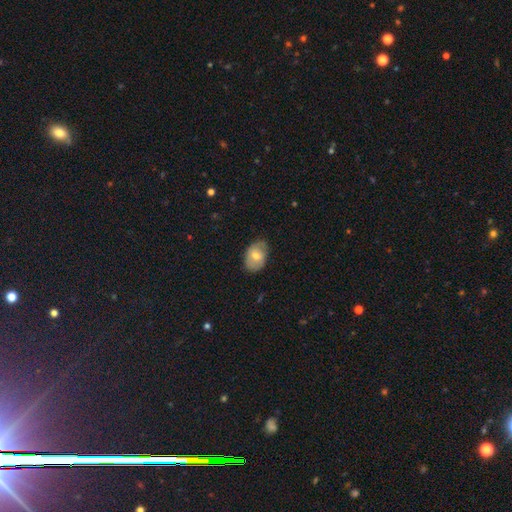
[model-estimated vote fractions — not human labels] A smooth galaxy with no disk features (69%) that is in between round and cigar-shaped (83%).

Vote fractions:
- Smooth or featured? smooth: 69% / featured or disk: 24% / star or artifact: 7%
- How rounded? in between: 83% / round: 16% / cigar-shaped: 1%
- Merging? none: 70% / minor disturbance: 25% / major disturbance: 5% / merger: 1%